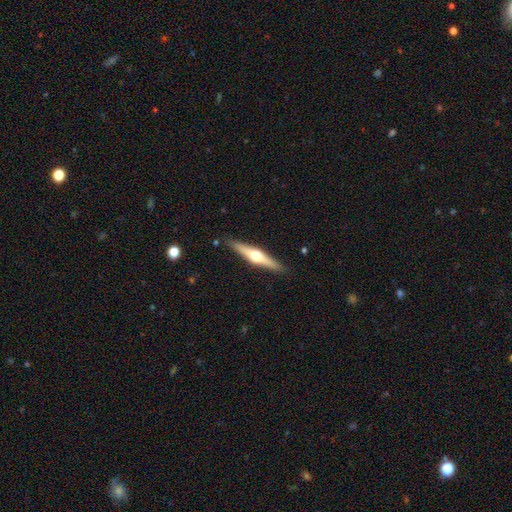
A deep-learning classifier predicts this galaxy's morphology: A featured or disk galaxy (68%) viewed edge-on (97%) with a rounded central bulge (95%).

Vote fractions:
- Smooth or featured? featured or disk: 68% / smooth: 27% / star or artifact: 5%
- Edge-on disk? yes: 97% / no: 3%
- Edge-on bulge? rounded: 95% / boxy: 3% / none: 2%
- Merging? none: 89% / minor disturbance: 8% / major disturbance: 2% / merger: 1%